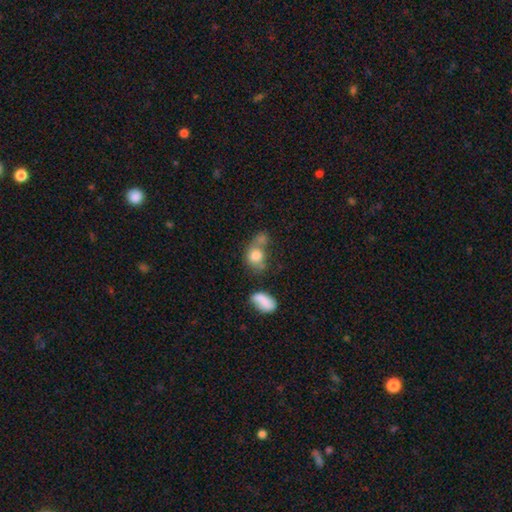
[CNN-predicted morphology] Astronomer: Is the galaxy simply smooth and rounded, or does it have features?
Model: smooth — 76%.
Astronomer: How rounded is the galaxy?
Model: round — 51% (runner-up: in between, 46%).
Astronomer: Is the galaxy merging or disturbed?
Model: merger — 47% (runner-up: none, 28%).